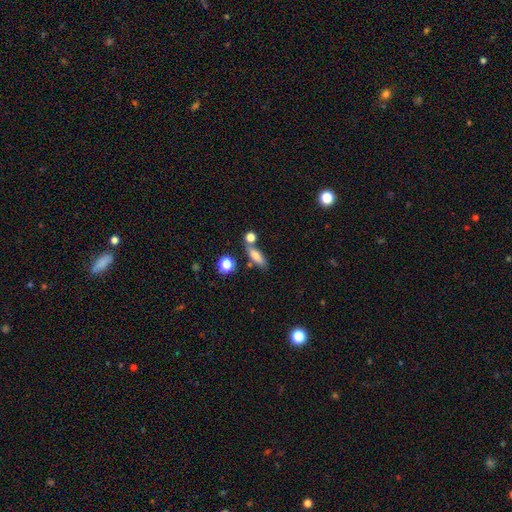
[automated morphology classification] Smooth or featured?
  - smooth: 78% *
  - featured or disk: 12%
  - star or artifact: 10%
How rounded?
  - in between: 56% *
  - cigar-shaped: 37%
  - round: 8%
Merging?
  - none: 59% *
  - merger: 21%
  - minor disturbance: 14%
  - major disturbance: 6%